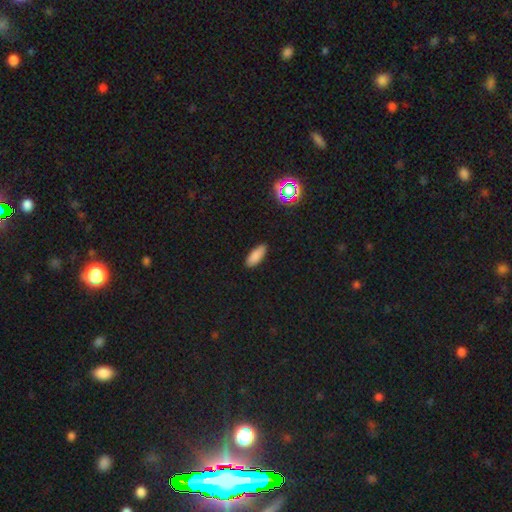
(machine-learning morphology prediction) type=smooth (86%); roundness=in between (76%); merging=none (88%).